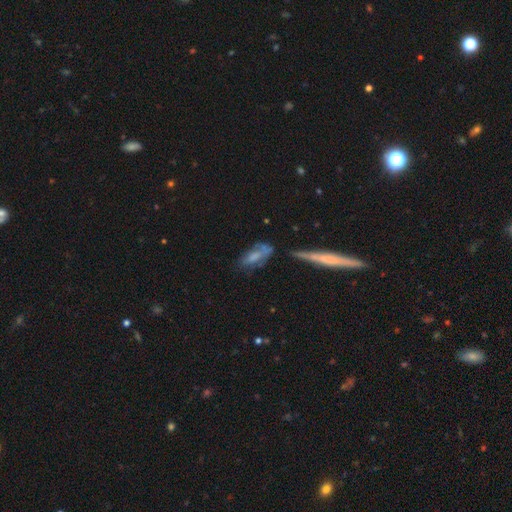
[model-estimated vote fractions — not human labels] smooth-or-featured: smooth: 52% | featured or disk: 39% | star or artifact: 9%
  how-rounded: in between: 71% | cigar-shaped: 25% | round: 4%
  merging: none: 43% | minor disturbance: 27% | major disturbance: 18% | merger: 12%